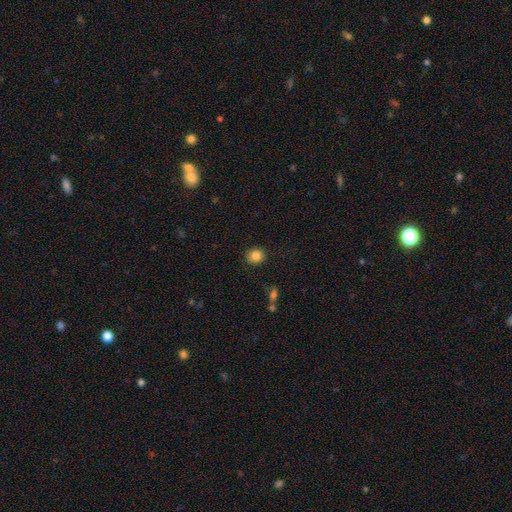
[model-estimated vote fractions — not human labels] Q: Smooth or featured?
A: smooth (86%); runner-up: star or artifact (10%)
Q: How rounded?
A: round (85%); runner-up: in between (14%)
Q: Merging?
A: none (88%); runner-up: minor disturbance (8%)